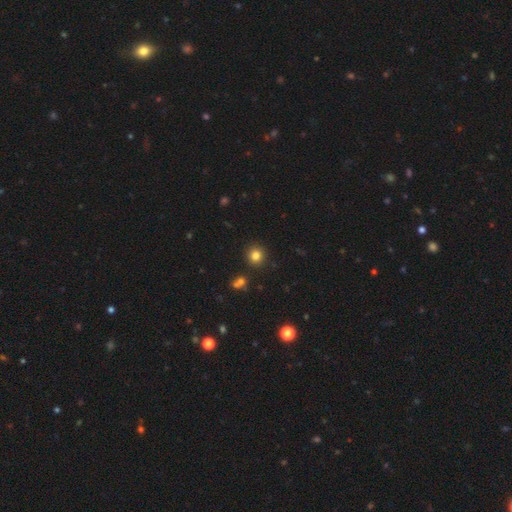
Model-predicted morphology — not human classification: smooth 81%, star or artifact 13%, featured or disk 6%. Down the decision tree: how rounded — round (92%); merging — none (88%).